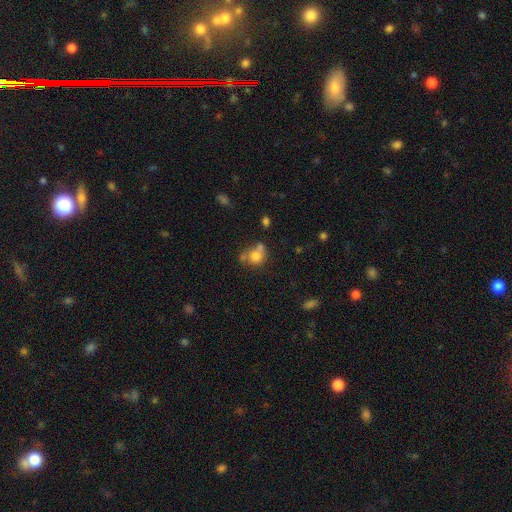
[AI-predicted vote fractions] Overall: smooth (75%). How rounded: round (72%). Merging: none (41%; merger 31%).